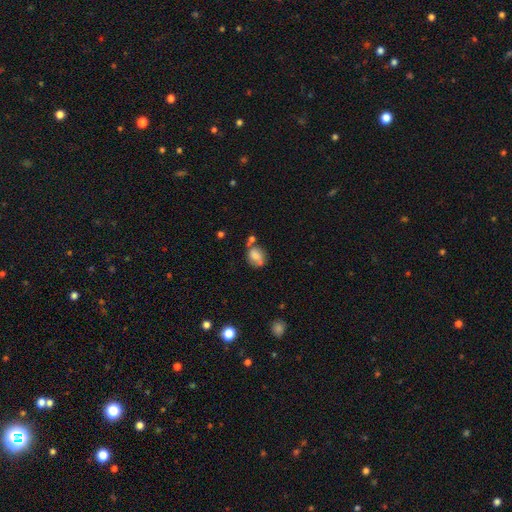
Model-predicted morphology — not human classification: Smooth or featured? Predicted: smooth (p=0.68). How rounded? Predicted: in between (p=0.54). Merging? Predicted: none (p=0.45).